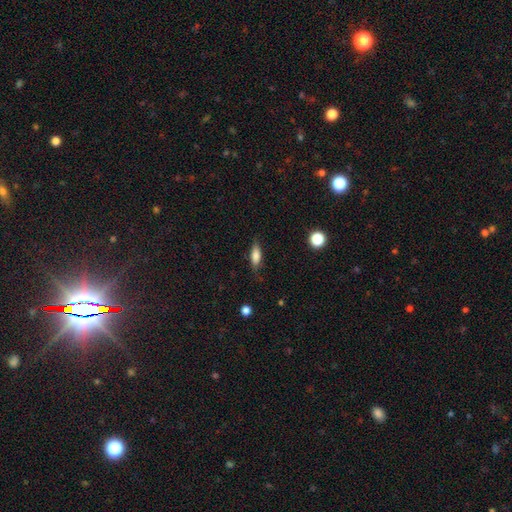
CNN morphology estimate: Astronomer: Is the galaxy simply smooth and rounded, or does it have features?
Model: smooth — 75%.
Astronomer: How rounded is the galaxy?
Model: in between — 62%.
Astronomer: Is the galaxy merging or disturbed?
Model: none — 75%.